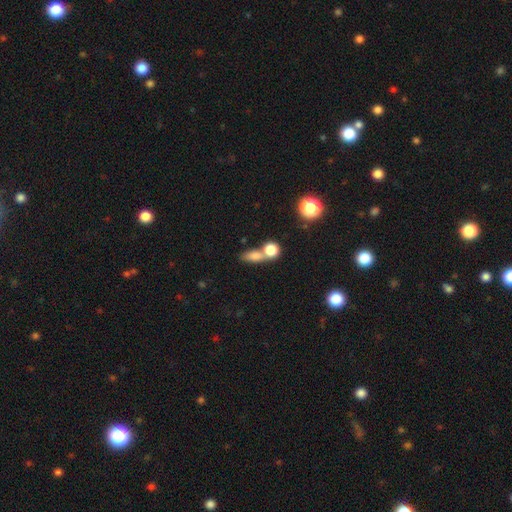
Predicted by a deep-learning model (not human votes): smooth_or_featured: smooth (p=0.77) [alt: star or artifact p=0.12]
how_rounded: in between (p=0.53) [alt: round p=0.32]
merging: merger (p=0.47) [alt: none p=0.38]